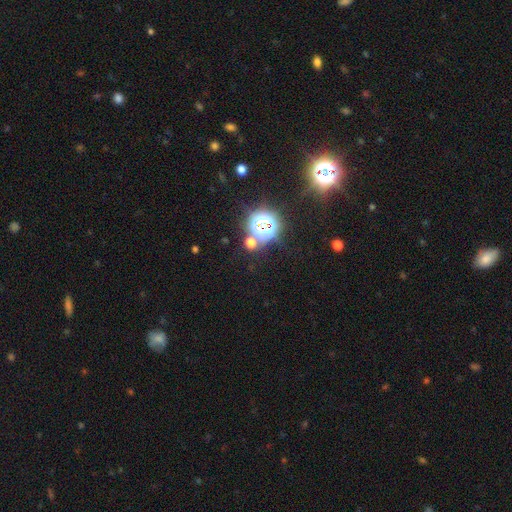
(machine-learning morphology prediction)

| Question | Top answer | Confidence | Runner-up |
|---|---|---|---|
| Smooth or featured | star or artifact | 79% | smooth (14%) |